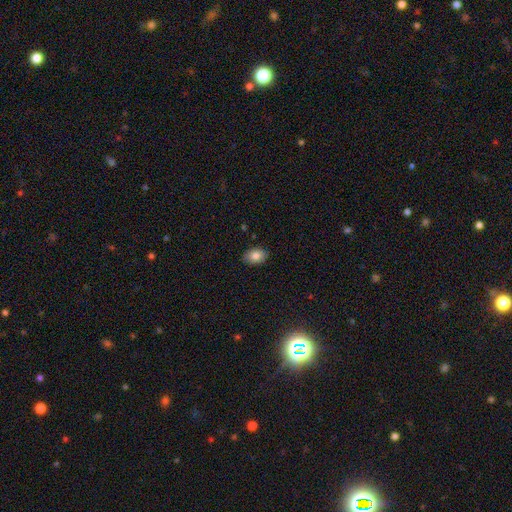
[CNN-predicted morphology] smooth 84%, featured or disk 8%, star or artifact 8%. Down the decision tree: how rounded — in between (84%); merging — none (87%).